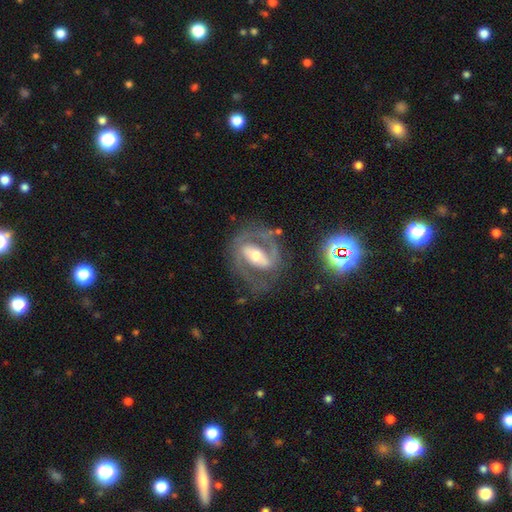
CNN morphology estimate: Smooth or featured? Predicted: featured or disk (p=0.83). Edge-on disk? Predicted: no (p=0.95). Bar? Predicted: strong (p=0.57). Spiral arms? Predicted: yes (p=0.81). Spiral winding? Predicted: medium (p=0.50). Spiral arm count? Predicted: 2 (p=0.84). Bulge size? Predicted: moderate (p=0.65). Merging? Predicted: none (p=0.68).